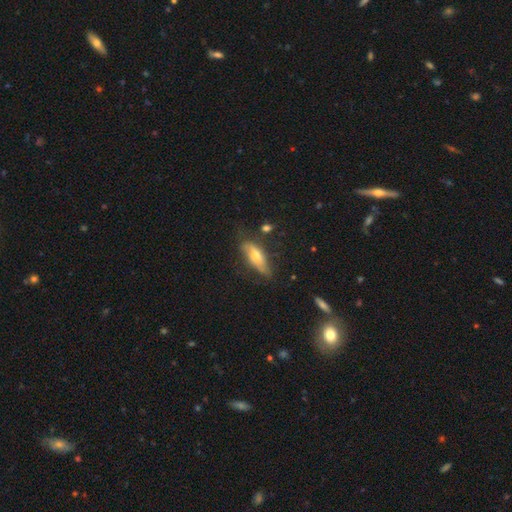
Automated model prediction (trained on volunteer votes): The model was most divided on "smooth or featured": smooth: 49%, featured or disk: 43%, star or artifact: 8%. More confident: merging — none (61%).